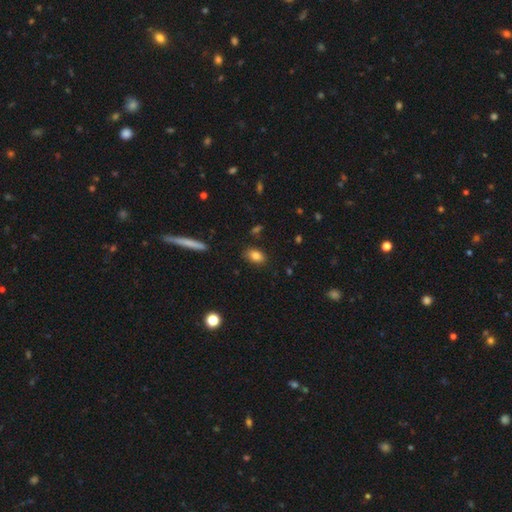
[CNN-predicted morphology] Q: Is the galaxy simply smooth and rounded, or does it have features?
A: smooth — 83%.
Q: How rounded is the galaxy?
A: in between — 83%.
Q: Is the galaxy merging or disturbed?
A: none — 84%.